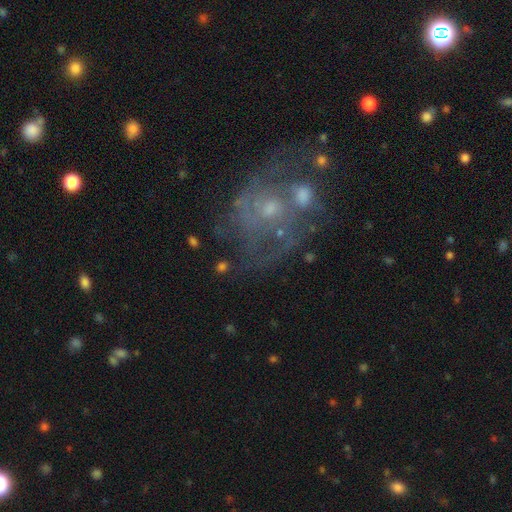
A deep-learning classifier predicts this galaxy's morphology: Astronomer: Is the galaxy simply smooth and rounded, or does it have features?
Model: featured or disk — 70%.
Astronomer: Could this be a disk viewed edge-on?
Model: no — 97%.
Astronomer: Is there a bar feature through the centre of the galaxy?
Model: no — 76%.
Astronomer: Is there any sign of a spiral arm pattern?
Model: yes — 69%.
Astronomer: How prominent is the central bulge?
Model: small — 62%.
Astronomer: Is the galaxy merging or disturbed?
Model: none — 50%.